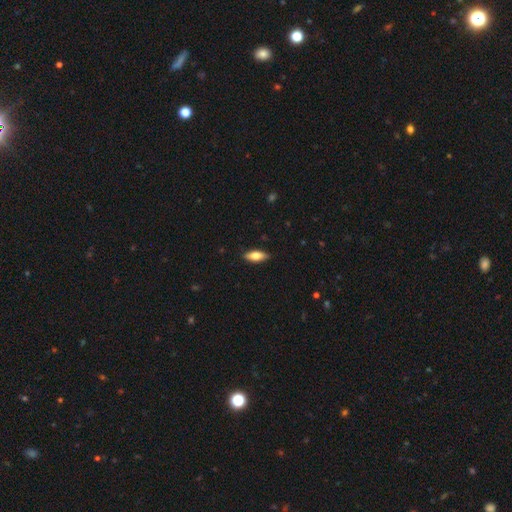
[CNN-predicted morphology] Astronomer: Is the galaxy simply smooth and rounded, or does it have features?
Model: smooth — 70%.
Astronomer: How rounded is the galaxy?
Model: in between — 72%.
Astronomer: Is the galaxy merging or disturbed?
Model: none — 88%.